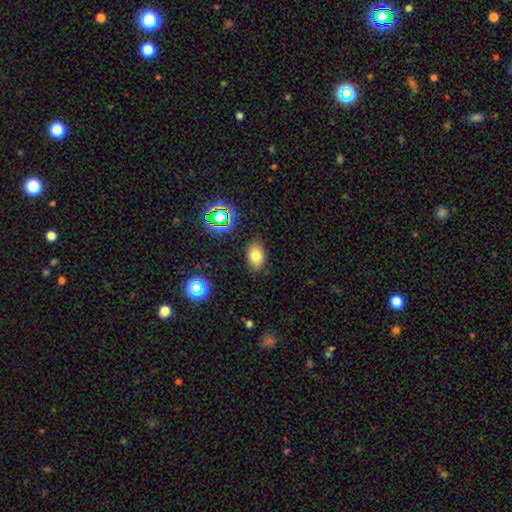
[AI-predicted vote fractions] smooth 76%, star or artifact 14%, featured or disk 10%. Down the decision tree: how rounded — in between (85%); merging — none (85%).